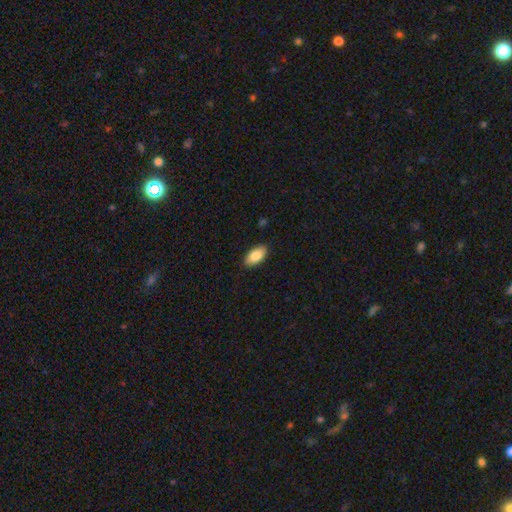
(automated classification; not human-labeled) Morphology: type=smooth (86%); roundness=in between (93%); merging=none (88%).